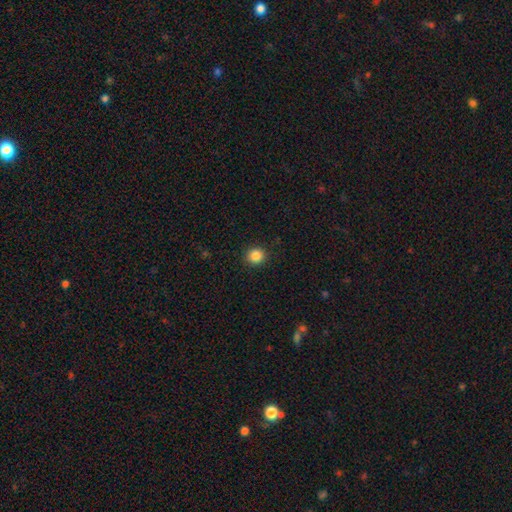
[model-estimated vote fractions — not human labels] A smooth galaxy with no disk features (86%) that is round (89%). Merging: none (91%).